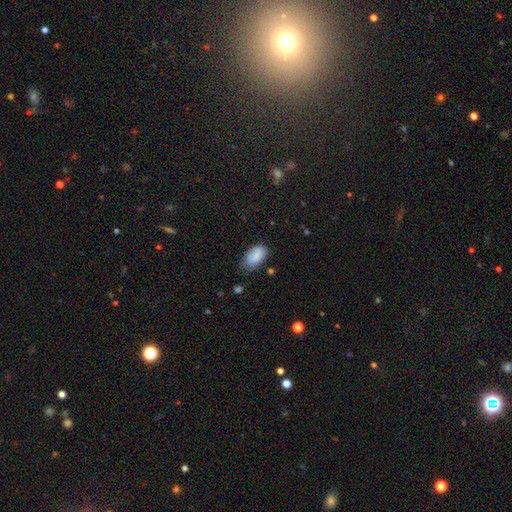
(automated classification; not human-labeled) Smooth or featured? smooth (86%)
How rounded? in between (94%)
Merging? none (58%)